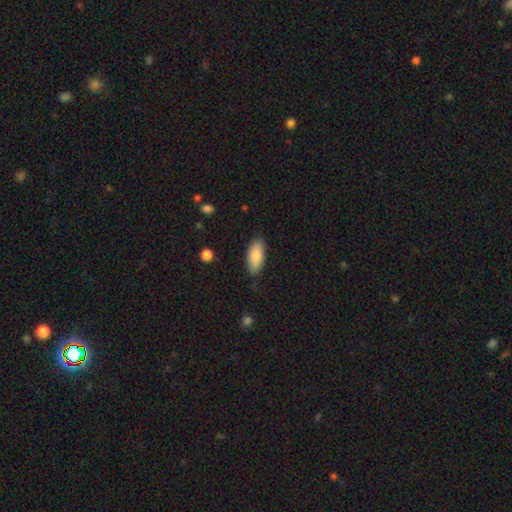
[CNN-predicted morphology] smooth 84%, featured or disk 10%, star or artifact 6%. Down the decision tree: how rounded — in between (87%); merging — none (81%).